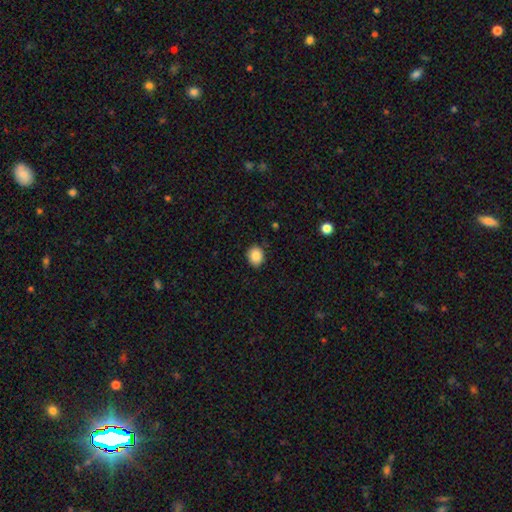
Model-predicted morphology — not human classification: A smooth galaxy with no disk features (88%) that is round (62%).

Vote fractions:
- Smooth or featured? smooth: 88% / star or artifact: 9% / featured or disk: 4%
- How rounded? round: 62% / in between: 37% / cigar-shaped: 1%
- Merging? none: 87% / minor disturbance: 10% / major disturbance: 2% / merger: 1%